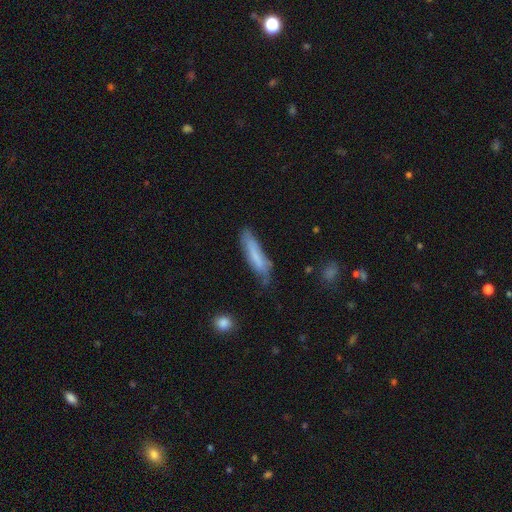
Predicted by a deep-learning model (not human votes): Q: Smooth or featured?
A: smooth (65%); runner-up: featured or disk (28%)
Q: How rounded?
A: cigar-shaped (80%); runner-up: in between (18%)
Q: Merging?
A: none (59%); runner-up: minor disturbance (30%)